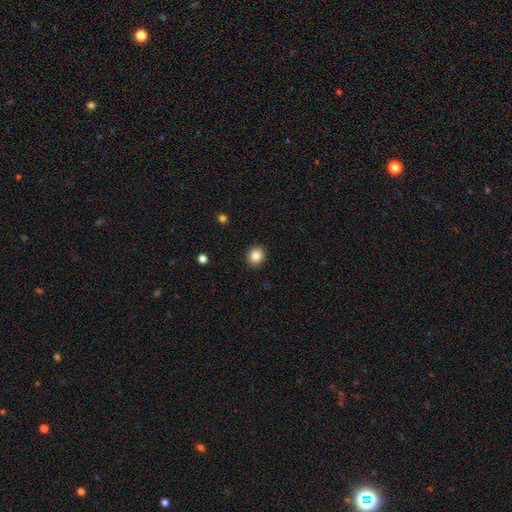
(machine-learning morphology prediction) Q: Smooth or featured?
A: smooth (85%); runner-up: star or artifact (10%)
Q: How rounded?
A: round (85%); runner-up: in between (15%)
Q: Merging?
A: none (92%); runner-up: minor disturbance (5%)